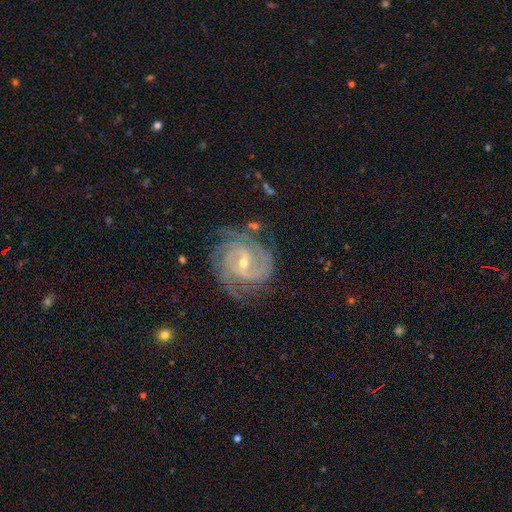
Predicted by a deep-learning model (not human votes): Q: Smooth or featured?
A: featured or disk (84%); runner-up: star or artifact (10%)
Q: Edge-on disk?
A: no (97%); runner-up: yes (3%)
Q: Bar?
A: weak (49%); runner-up: no (29%)
Q: Spiral arms?
A: yes (98%); runner-up: no (2%)
Q: Spiral winding?
A: tight (65%); runner-up: medium (30%)
Q: Spiral arm count?
A: 2 (44%); runner-up: 3 (22%)
Q: Bulge size?
A: small (60%); runner-up: moderate (36%)
Q: Merging?
A: none (78%); runner-up: minor disturbance (14%)